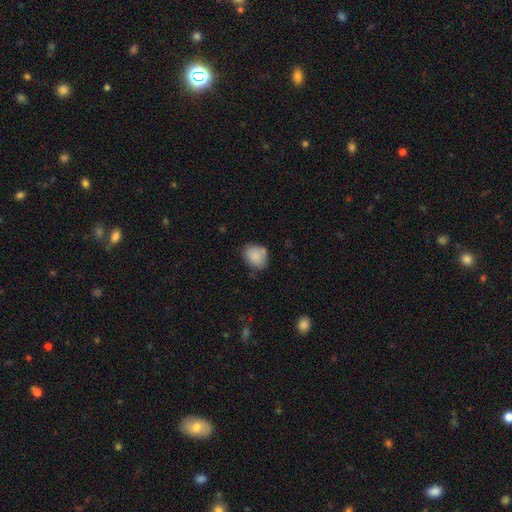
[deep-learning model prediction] Smooth or featured?
  - smooth: 85% *
  - star or artifact: 8%
  - featured or disk: 7%
How rounded?
  - in between: 53% *
  - round: 46%
  - cigar-shaped: 1%
Merging?
  - none: 67% *
  - minor disturbance: 22%
  - merger: 6%
  - major disturbance: 5%